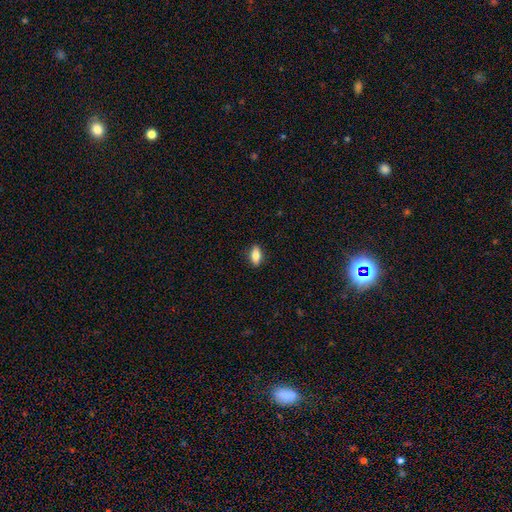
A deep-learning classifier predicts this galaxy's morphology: Smooth or featured? Predicted: smooth (p=0.79). How rounded? Predicted: in between (p=0.84). Merging? Predicted: none (p=0.89).